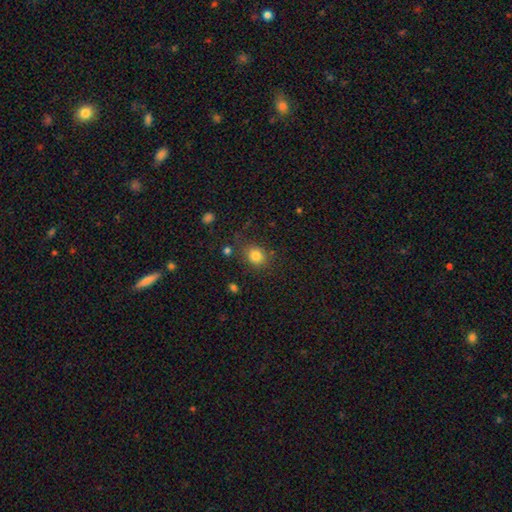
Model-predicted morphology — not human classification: Smooth or featured: smooth — 82% (star or artifact — 12%)
How rounded: round — 69% (in between — 30%)
Merging: none — 76% (minor disturbance — 14%)